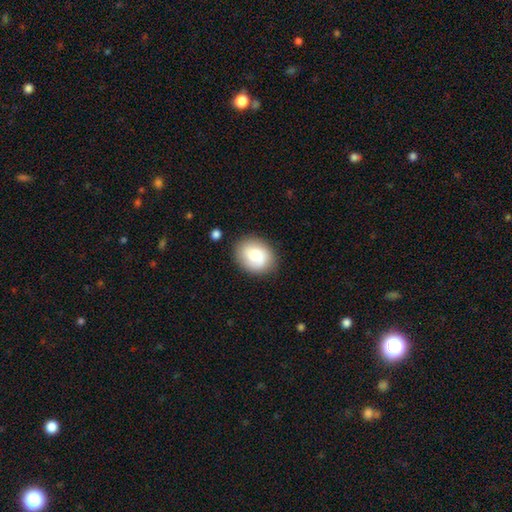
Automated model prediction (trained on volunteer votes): smooth_or_featured: smooth (p=0.72) [alt: featured or disk p=0.21]
how_rounded: round (p=0.54) [alt: in between p=0.45]
merging: none (p=0.81) [alt: minor disturbance p=0.13]